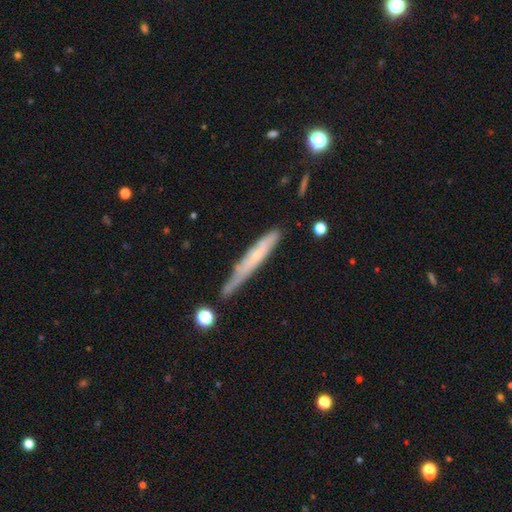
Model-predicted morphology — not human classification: Smooth or featured? Predicted: featured or disk (p=0.54). Edge-on disk? Predicted: yes (p=0.78). Merging? Predicted: none (p=0.58).